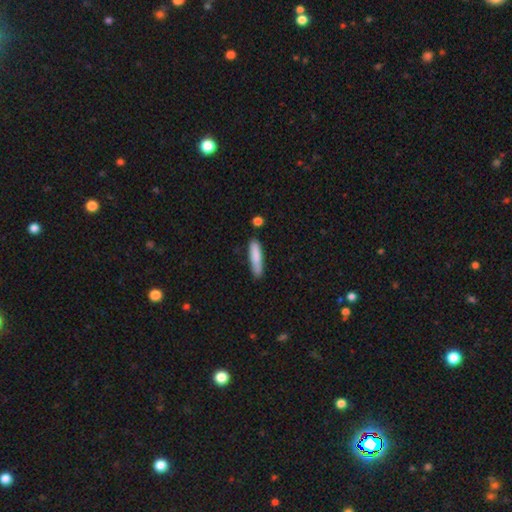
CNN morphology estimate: smooth_or_featured: smooth (p=0.83) [alt: featured or disk p=0.11]
how_rounded: cigar-shaped (p=0.82) [alt: in between p=0.17]
merging: none (p=0.75) [alt: minor disturbance p=0.17]